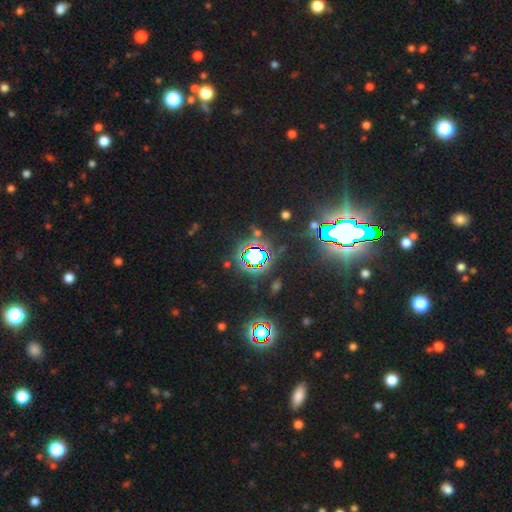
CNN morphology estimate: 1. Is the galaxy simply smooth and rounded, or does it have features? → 68% star or artifact, 19% smooth, 12% featured or disk.